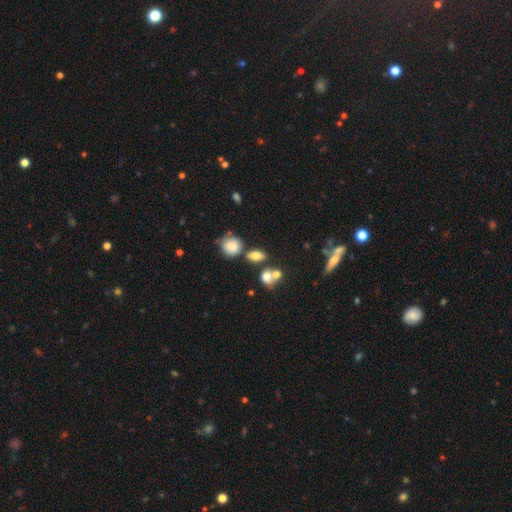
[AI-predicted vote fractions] smooth_or_featured: smooth (p=0.73) [alt: featured or disk p=0.15]
how_rounded: in between (p=0.66) [alt: round p=0.28]
merging: none (p=0.49) [alt: merger p=0.32]